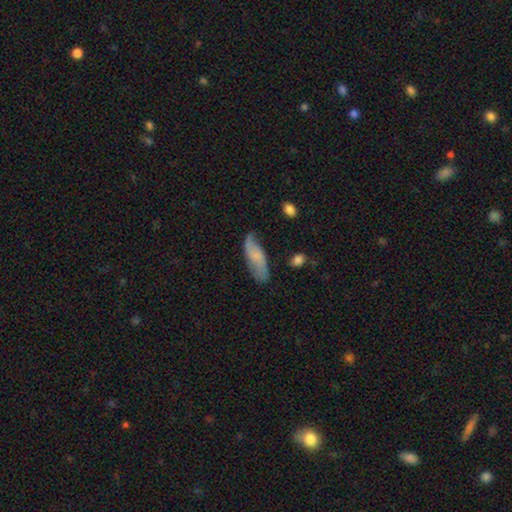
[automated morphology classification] Smooth or featured: smooth — 54% (featured or disk — 39%)
How rounded: in between — 64% (cigar-shaped — 33%)
Merging: none — 66% (minor disturbance — 25%)